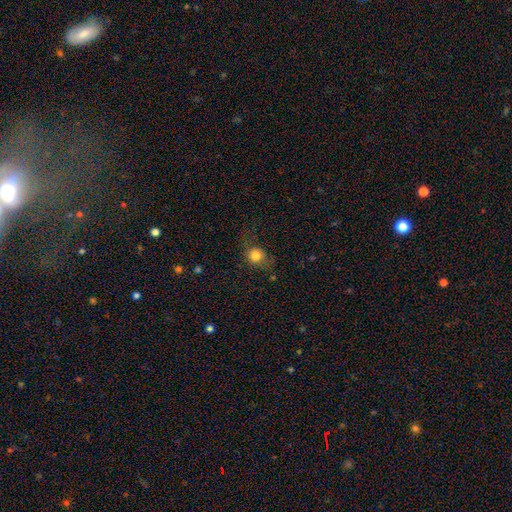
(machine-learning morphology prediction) smooth-or-featured: smooth: 78% | featured or disk: 11% | star or artifact: 11%
  how-rounded: round: 78% | in between: 20% | cigar-shaped: 1%
  merging: none: 61% | minor disturbance: 23% | major disturbance: 15% | merger: 2%